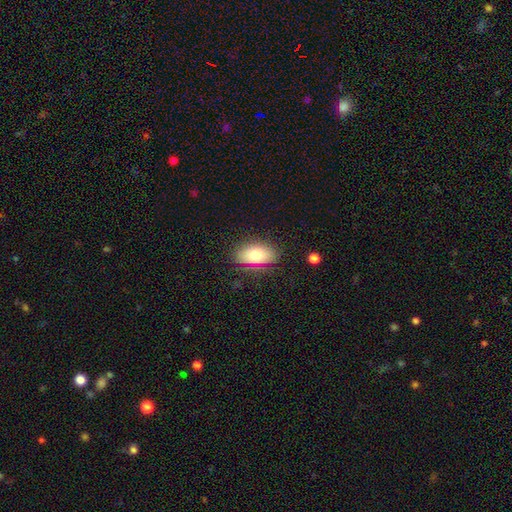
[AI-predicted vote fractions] smooth 75%, featured or disk 14%, star or artifact 11%. Down the decision tree: how rounded — in between (87%); merging — none (81%).